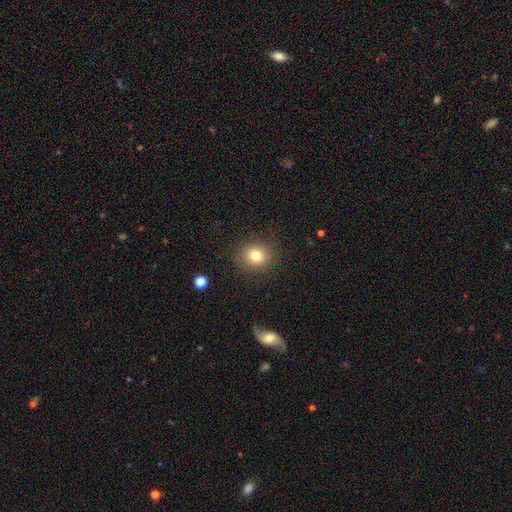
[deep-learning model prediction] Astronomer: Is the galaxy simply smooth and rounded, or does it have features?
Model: smooth — 79%.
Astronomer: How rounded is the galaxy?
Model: round — 80%.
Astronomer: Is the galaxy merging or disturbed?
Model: none — 88%.